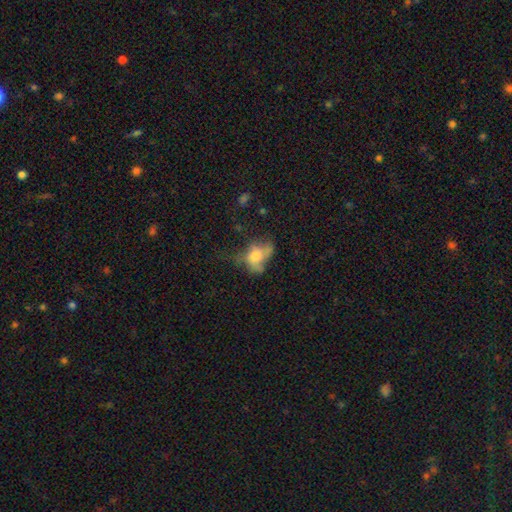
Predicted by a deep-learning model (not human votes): smooth_or_featured: smooth (p=0.58) [alt: featured or disk p=0.30]
how_rounded: in between (p=0.68) [alt: round p=0.29]
merging: major disturbance (p=0.38) [alt: none p=0.29]